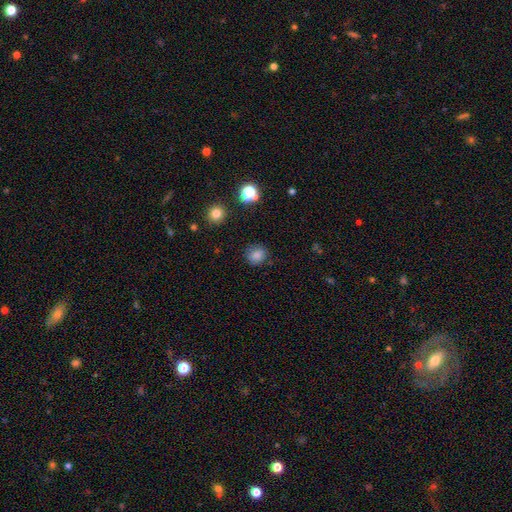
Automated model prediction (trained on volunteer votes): Overall: smooth (83%). How rounded: round (81%). Merging: none (86%).